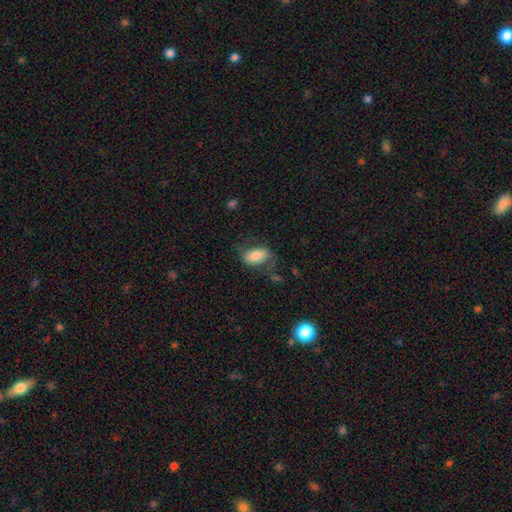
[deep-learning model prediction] Smooth or featured? smooth (66%)
How rounded? in between (91%)
Merging? none (52%)